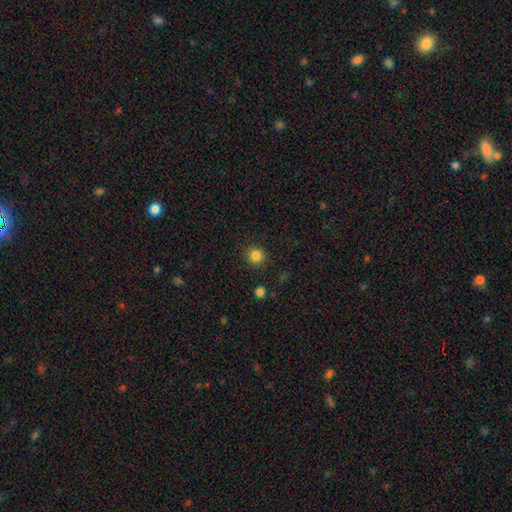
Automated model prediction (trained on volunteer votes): A smooth galaxy with no disk features (84%) that is round (93%).

Vote fractions:
- Smooth or featured? smooth: 84% / star or artifact: 12% / featured or disk: 4%
- How rounded? round: 93% / in between: 6% / cigar-shaped: 1%
- Merging? none: 90% / minor disturbance: 6% / major disturbance: 2% / merger: 2%